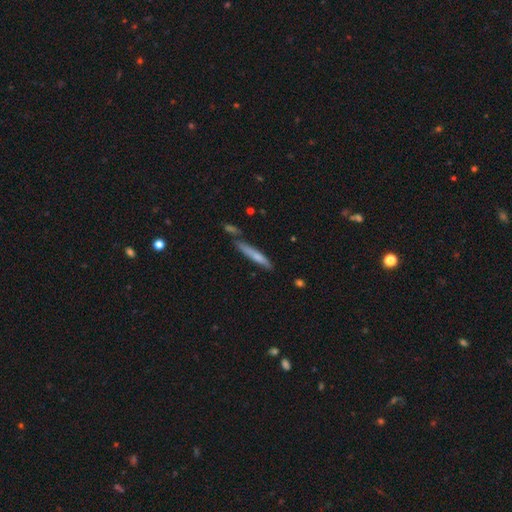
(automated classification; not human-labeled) smooth-or-featured: smooth: 64% | featured or disk: 29% | star or artifact: 6%
  how-rounded: cigar-shaped: 93% | in between: 5% | round: 1%
  merging: none: 69% | minor disturbance: 17% | merger: 10% | major disturbance: 4%